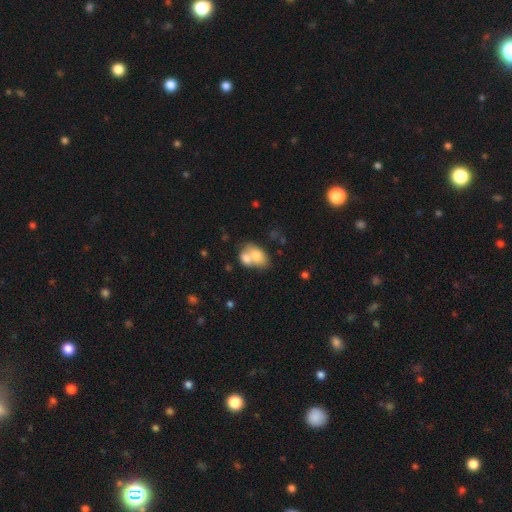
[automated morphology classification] Smooth or featured? Predicted: smooth (p=0.72). How rounded? Predicted: in between (p=0.78). Merging? Predicted: merger (p=0.63).